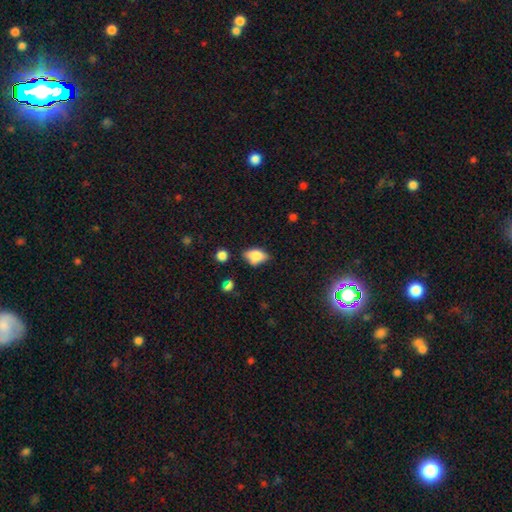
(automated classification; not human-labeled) smooth-or-featured: smooth: 75% | featured or disk: 16% | star or artifact: 9%
  how-rounded: in between: 87% | round: 8% | cigar-shaped: 6%
  merging: none: 64% | minor disturbance: 24% | merger: 7% | major disturbance: 6%